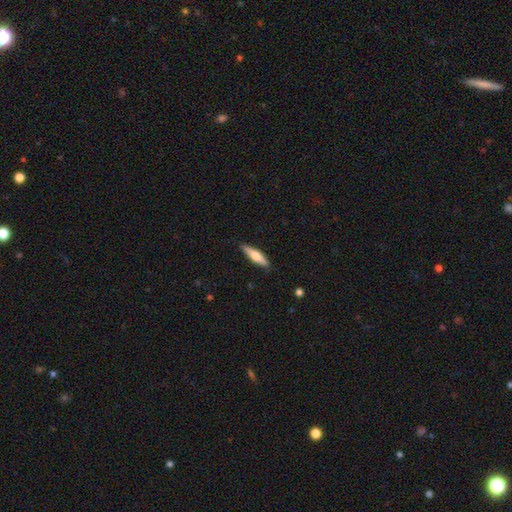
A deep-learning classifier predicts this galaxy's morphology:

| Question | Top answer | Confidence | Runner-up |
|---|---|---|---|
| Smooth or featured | smooth | 61% | featured or disk (34%) |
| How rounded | cigar-shaped | 74% | in between (24%) |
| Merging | none | 87% | minor disturbance (10%) |